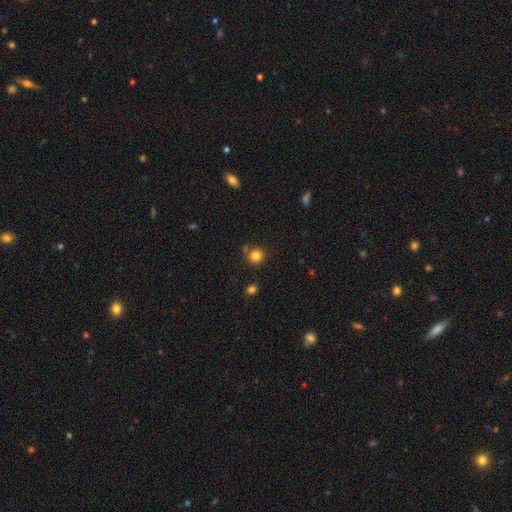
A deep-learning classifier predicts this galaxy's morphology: type=smooth (82%); roundness=round (89%); merging=none (78%).